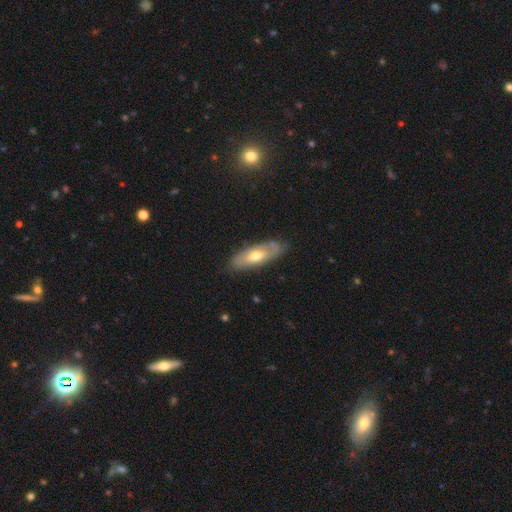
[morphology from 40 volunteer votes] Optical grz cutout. It shows a smooth galaxy with no disk features (50%, tied with featured or disk) that is in between round and cigar-shaped (75%). Merging: none (88%).